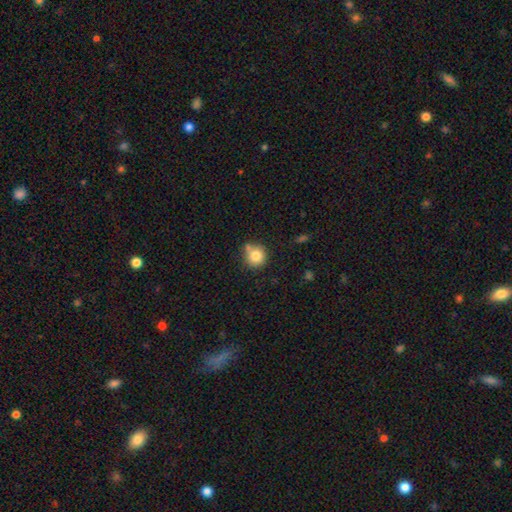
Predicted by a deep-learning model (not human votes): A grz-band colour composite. It shows a smooth galaxy with no disk features (81%) that is round (91%). Merging: none (67%).